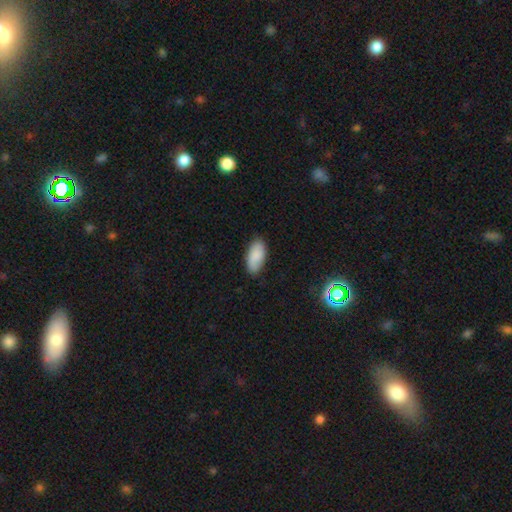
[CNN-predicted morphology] Smooth or featured?
  - smooth: 86% *
  - featured or disk: 8%
  - star or artifact: 7%
How rounded?
  - in between: 92% *
  - cigar-shaped: 6%
  - round: 2%
Merging?
  - none: 82% *
  - minor disturbance: 14%
  - major disturbance: 2%
  - merger: 1%